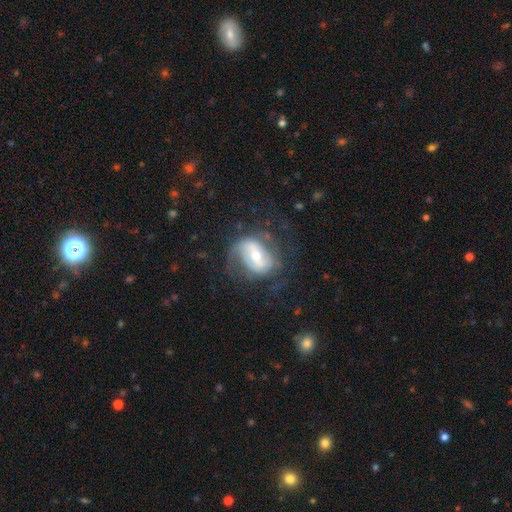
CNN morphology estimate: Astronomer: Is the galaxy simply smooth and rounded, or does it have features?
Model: featured or disk — 74%.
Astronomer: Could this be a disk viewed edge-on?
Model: no — 95%.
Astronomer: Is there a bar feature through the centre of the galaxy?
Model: strong — 42% (runner-up: weak, 38%).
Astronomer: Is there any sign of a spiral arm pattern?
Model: yes — 81%.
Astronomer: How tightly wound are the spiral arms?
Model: loose — 41%, tied with medium at 41%.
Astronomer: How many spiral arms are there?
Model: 2 — 71%.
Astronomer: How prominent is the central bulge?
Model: moderate — 56% (runner-up: small, 36%).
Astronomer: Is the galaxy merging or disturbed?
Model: none — 55%.